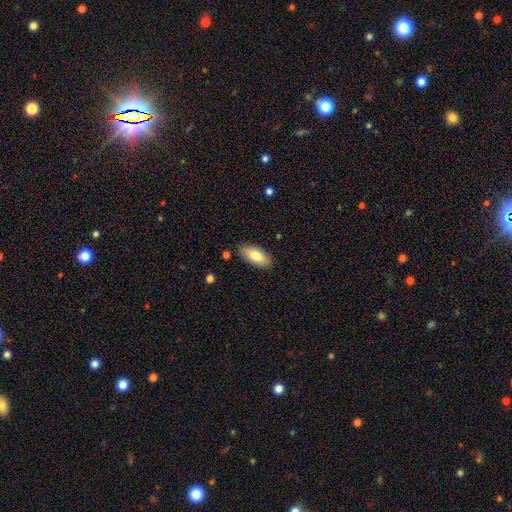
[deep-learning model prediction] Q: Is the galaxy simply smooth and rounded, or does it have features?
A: smooth — 80%.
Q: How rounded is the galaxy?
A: in between — 89%.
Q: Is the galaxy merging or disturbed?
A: none — 86%.